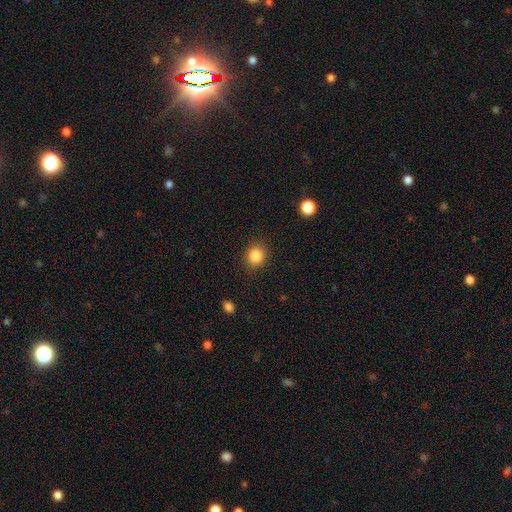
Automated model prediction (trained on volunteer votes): Smooth or featured? smooth (85%)
How rounded? round (77%)
Merging? none (88%)